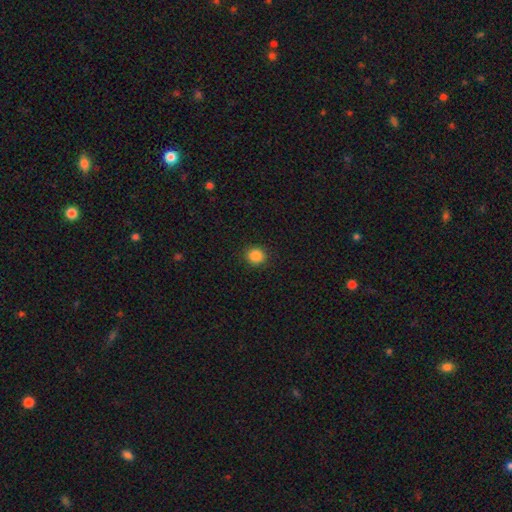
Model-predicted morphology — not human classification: This appears to be a smooth galaxy with no disk features (87%) that is round (85%). Merging: none (90%).